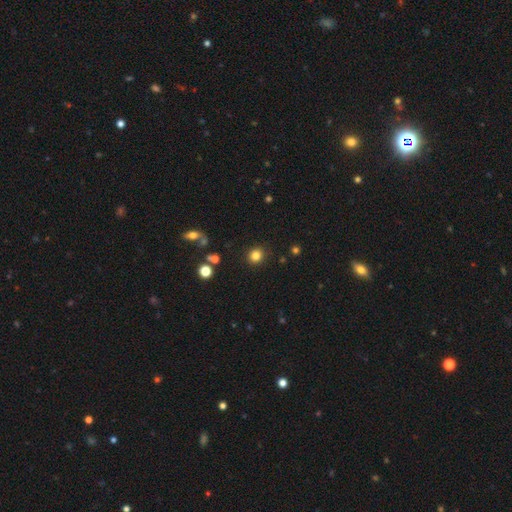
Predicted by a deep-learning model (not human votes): Morphology: type=smooth (83%); roundness=round (89%); merging=none (90%).